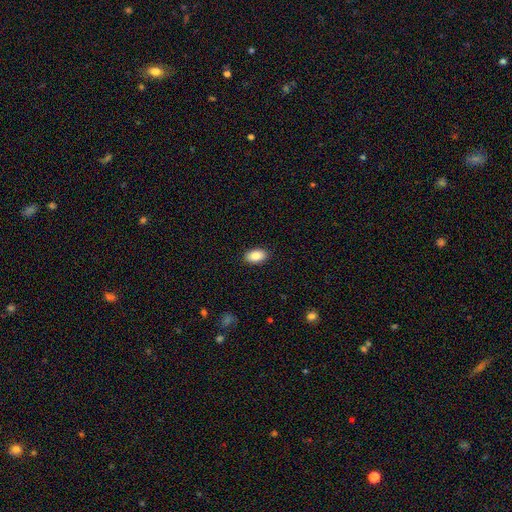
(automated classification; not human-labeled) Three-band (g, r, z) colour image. It shows a smooth galaxy with no disk features (86%) that is in between round and cigar-shaped (92%). Merging: none (90%).